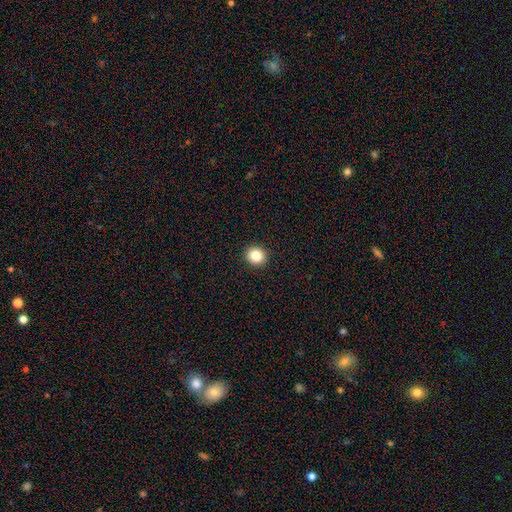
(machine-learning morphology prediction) smooth_or_featured: smooth (p=0.84) [alt: star or artifact p=0.10]
how_rounded: round (p=0.88) [alt: in between p=0.11]
merging: none (p=0.93) [alt: minor disturbance p=0.04]